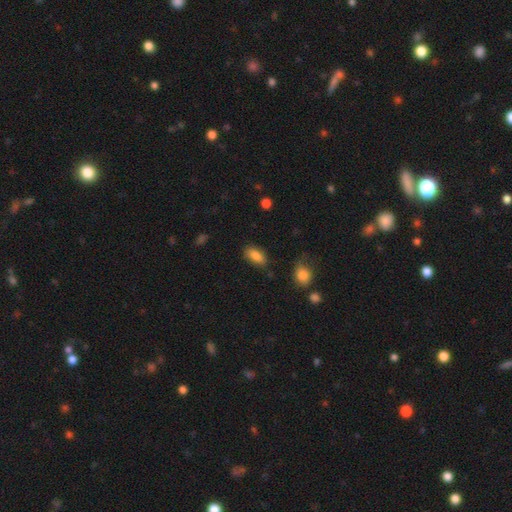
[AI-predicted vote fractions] Smooth or featured: smooth — 85% (featured or disk — 8%)
How rounded: in between — 90% (cigar-shaped — 6%)
Merging: none — 77% (minor disturbance — 17%)